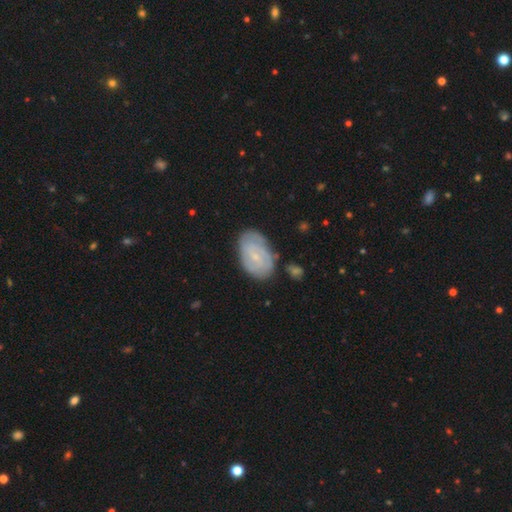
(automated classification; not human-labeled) Smooth or featured? Predicted: featured or disk (p=0.63). Edge-on disk? Predicted: no (p=0.96). Bar? Predicted: no (p=0.49). Spiral arms? Predicted: yes (p=0.86). Spiral winding? Predicted: tight (p=0.63). Spiral arm count? Predicted: can't tell (p=0.43). Bulge size? Predicted: small (p=0.75). Merging? Predicted: none (p=0.73).